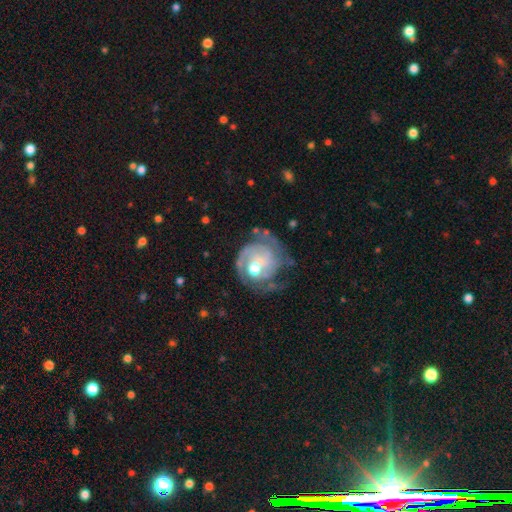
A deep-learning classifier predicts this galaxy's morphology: Smooth or featured?
  - featured or disk: 83% *
  - smooth: 11%
  - star or artifact: 6%
Edge-on disk?
  - no: 98% *
  - yes: 2%
Bar?
  - no: 65% *
  - weak: 28%
  - strong: 7%
Spiral arms?
  - yes: 92% *
  - no: 8%
Spiral winding?
  - tight: 63% *
  - medium: 29%
  - loose: 9%
Spiral arm count?
  - 2: 30% *
  - can't tell: 29%
  - 3: 20%
  - 1: 10%
  - 4: 6%
  - more than 4: 5%
Bulge size?
  - moderate: 69% *
  - small: 20%
  - large: 7%
  - none: 2%
  - dominant: 1%
Merging?
  - none: 56% *
  - minor disturbance: 22%
  - major disturbance: 19%
  - merger: 3%